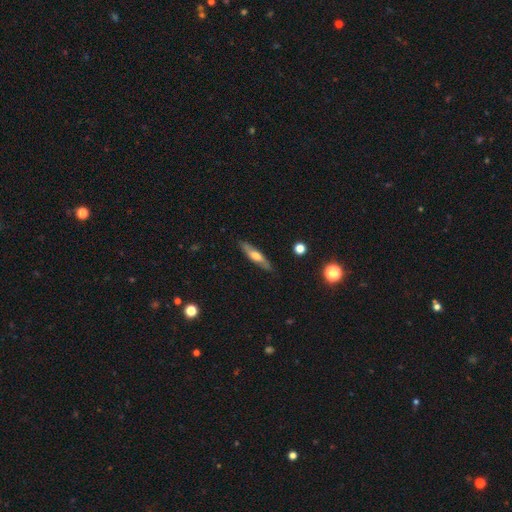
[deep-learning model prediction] The model was most divided on "smooth or featured": featured or disk: 49%, smooth: 45%, star or artifact: 6%. More confident: merging — none (85%).